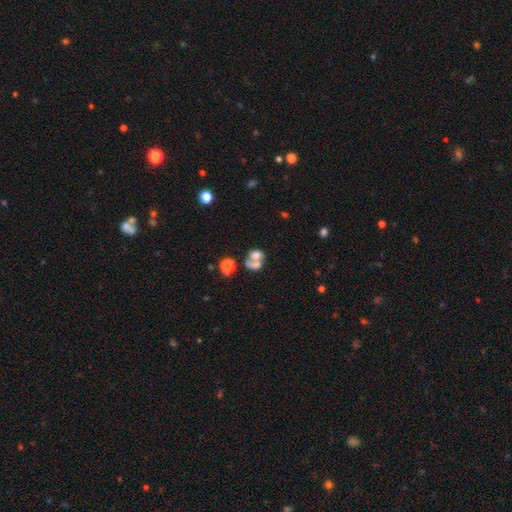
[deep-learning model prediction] Smooth or featured? smooth (63%)
How rounded? in between (53%)
Merging? merger (61%)